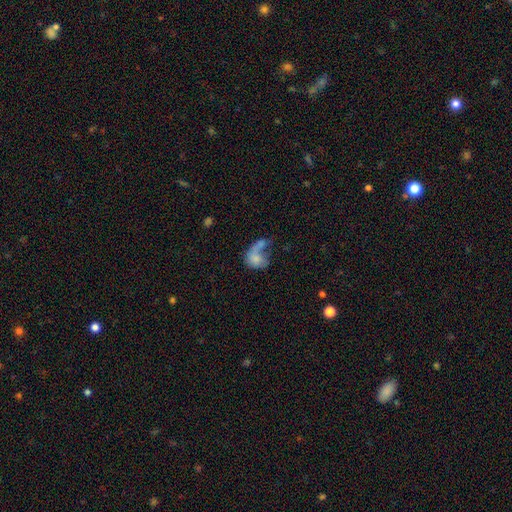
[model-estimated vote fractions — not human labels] This appears to be a smooth galaxy with no disk features (57%) that is in between round and cigar-shaped (65%). Merging: merger (36%).